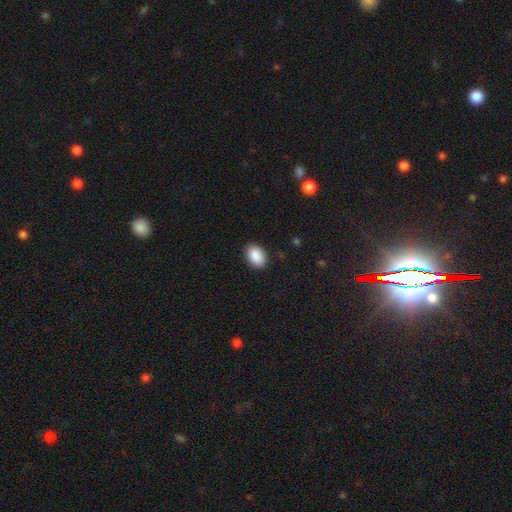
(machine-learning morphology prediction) smooth_or_featured: smooth (p=0.90) [alt: star or artifact p=0.07]
how_rounded: in between (p=0.84) [alt: round p=0.15]
merging: none (p=0.89) [alt: minor disturbance p=0.08]